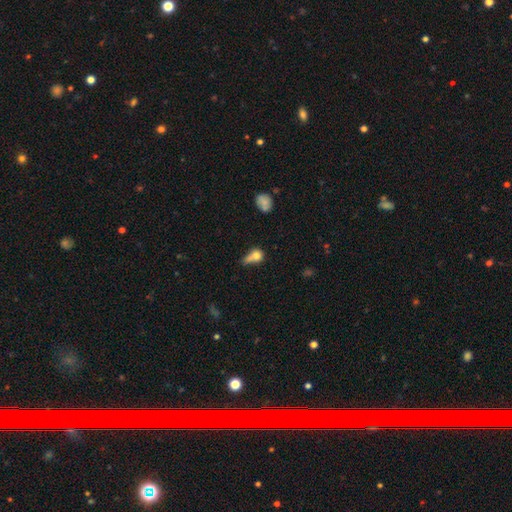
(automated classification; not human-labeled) This is likely a smooth galaxy (72%). How rounded: possibly round (50%). Merging: marginally none (30%).